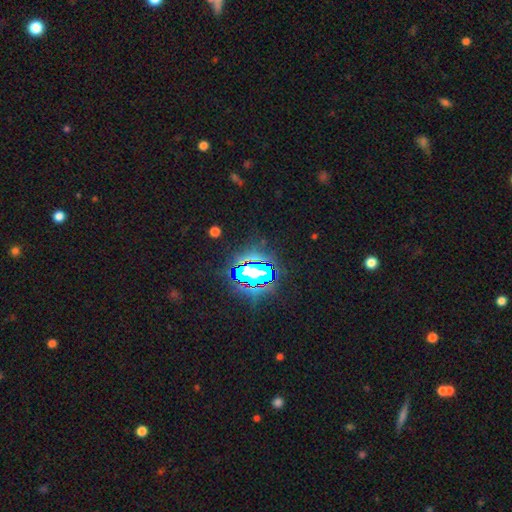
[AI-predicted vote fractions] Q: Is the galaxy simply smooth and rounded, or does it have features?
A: star or artifact — 82%.